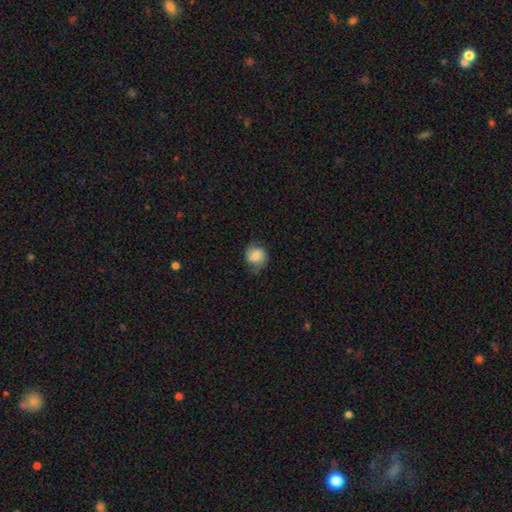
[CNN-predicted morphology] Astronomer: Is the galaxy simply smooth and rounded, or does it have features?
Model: smooth — 70%.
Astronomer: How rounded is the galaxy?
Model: round — 73%.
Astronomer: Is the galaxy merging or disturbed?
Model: none — 68%.